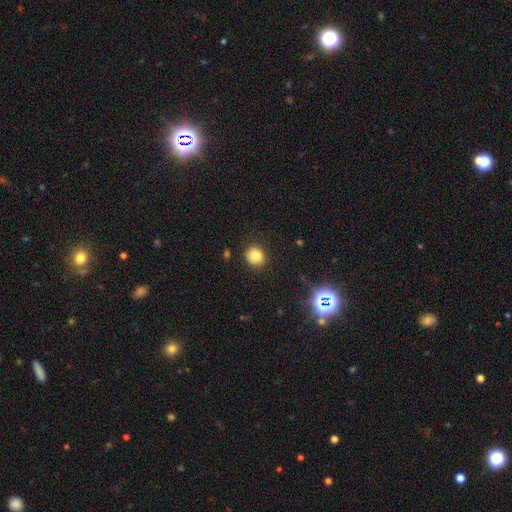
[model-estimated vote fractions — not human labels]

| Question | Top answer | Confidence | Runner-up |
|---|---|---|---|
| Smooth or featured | smooth | 81% | star or artifact (13%) |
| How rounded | round | 86% | in between (13%) |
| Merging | none | 86% | minor disturbance (10%) |